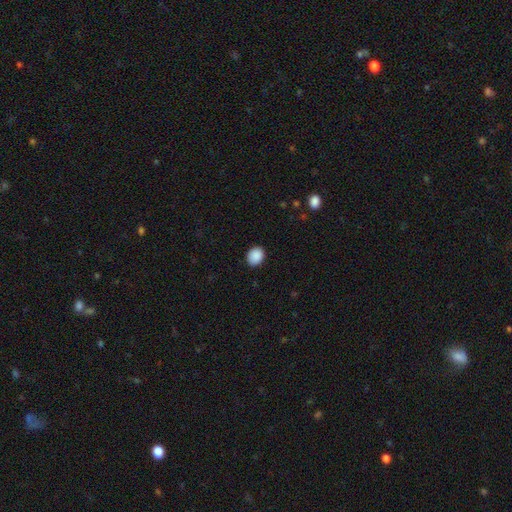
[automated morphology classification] type=smooth (89%); roundness=round (56%); merging=none (88%).